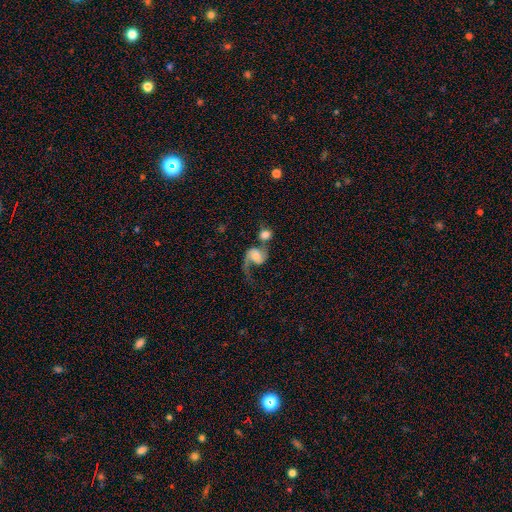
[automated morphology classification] The model was most divided on "bulge size": moderate: 39%, small: 28%, large: 17%, none: 13%, dominant: 4%. Remaining: edge-on disk — no (97%); spiral arms — yes (92%); smooth or featured — featured or disk (71%); spiral winding — loose (67%); bar — no (61%); spiral arm count — 2 (54%); merging — merger (44%).